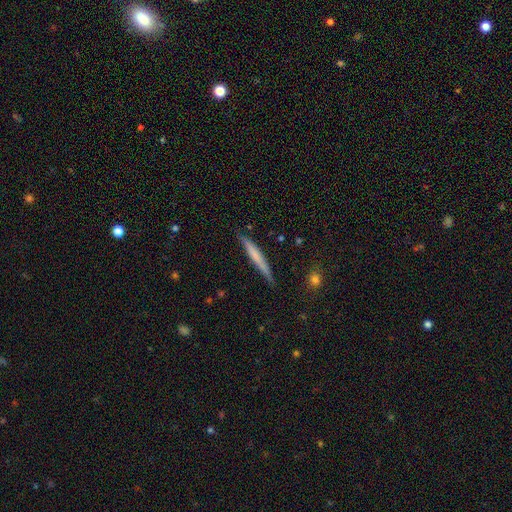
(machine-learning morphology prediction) A smooth galaxy with no disk features (57%) that is cigar-shaped (96%).

Vote fractions:
- Smooth or featured? smooth: 57% / featured or disk: 37% / star or artifact: 6%
- How rounded? cigar-shaped: 96% / in between: 3% / round: 1%
- Merging? none: 84% / minor disturbance: 12% / major disturbance: 2% / merger: 2%